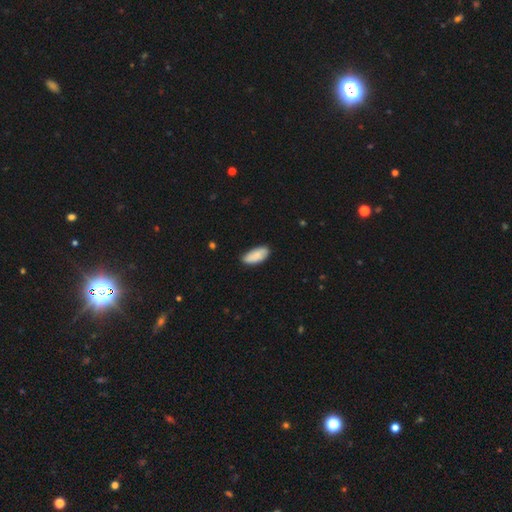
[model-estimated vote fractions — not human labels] This is clearly a smooth galaxy (84%). How rounded: clearly in between (88%). Merging: likely none (78%).